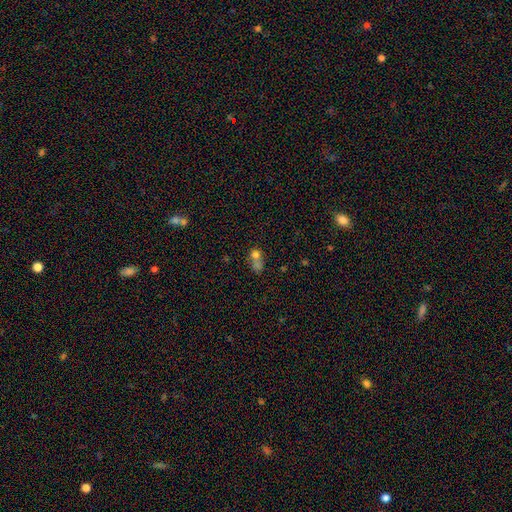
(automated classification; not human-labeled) smooth-or-featured: smooth: 68% | star or artifact: 17% | featured or disk: 15%
  how-rounded: round: 68% | in between: 31% | cigar-shaped: 2%
  merging: merger: 56% | none: 28% | minor disturbance: 9% | major disturbance: 7%